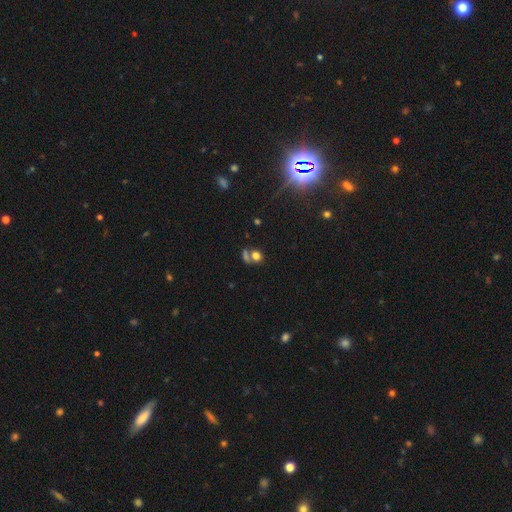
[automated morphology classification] smooth_or_featured: smooth (p=0.71) [alt: star or artifact p=0.18]
how_rounded: round (p=0.69) [alt: in between p=0.29]
merging: none (p=0.48) [alt: merger p=0.36]